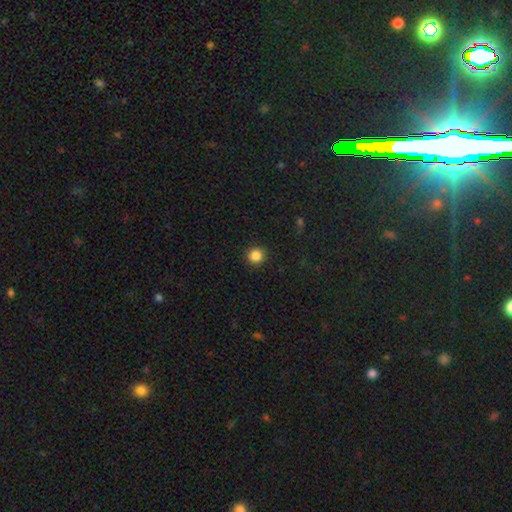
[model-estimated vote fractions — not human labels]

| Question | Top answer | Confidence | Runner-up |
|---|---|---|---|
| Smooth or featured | smooth | 86% | star or artifact (11%) |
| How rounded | round | 93% | in between (6%) |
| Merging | none | 92% | minor disturbance (5%) |